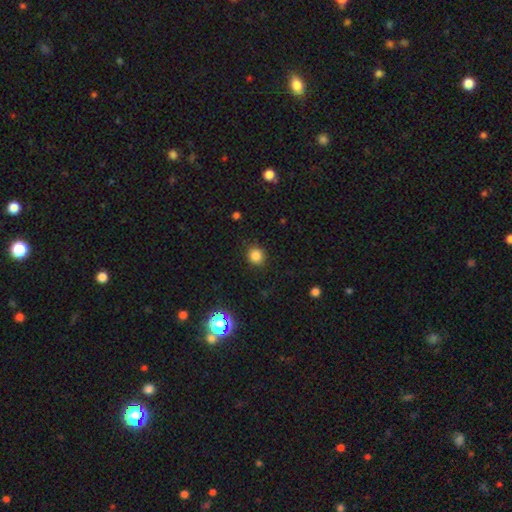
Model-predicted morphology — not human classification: smooth-or-featured: smooth: 83% | star or artifact: 13% | featured or disk: 4%
  how-rounded: round: 89% | in between: 11% | cigar-shaped: 1%
  merging: none: 89% | minor disturbance: 7% | major disturbance: 2% | merger: 1%